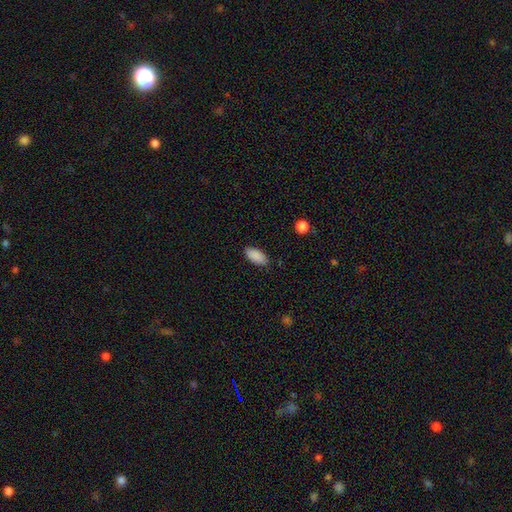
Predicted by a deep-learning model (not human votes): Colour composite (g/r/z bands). It shows a smooth galaxy with no disk features (89%) that is in between round and cigar-shaped (91%). Merging: none (85%).